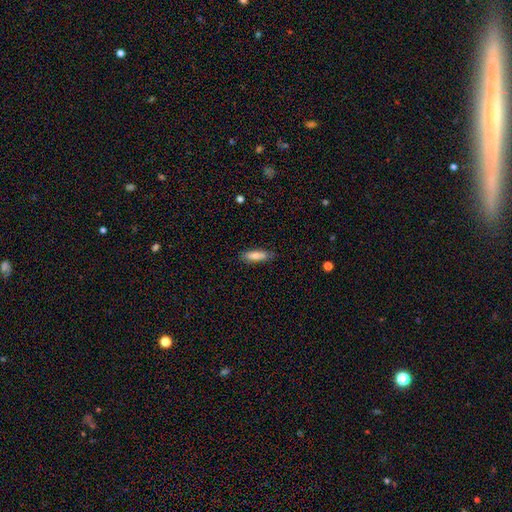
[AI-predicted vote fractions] smooth-or-featured: smooth: 79% | featured or disk: 15% | star or artifact: 6%
  how-rounded: cigar-shaped: 54% | in between: 45% | round: 2%
  merging: none: 83% | minor disturbance: 13% | major disturbance: 2% | merger: 1%